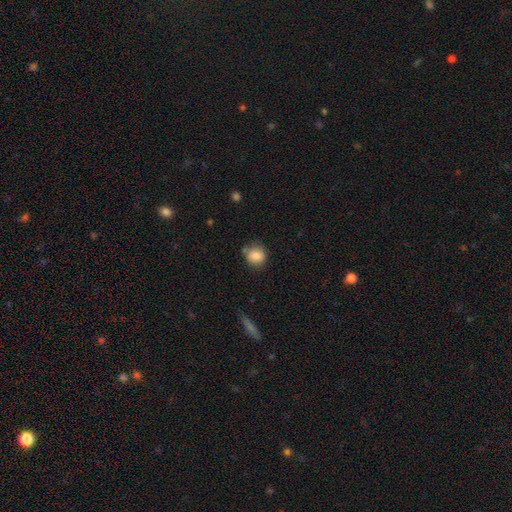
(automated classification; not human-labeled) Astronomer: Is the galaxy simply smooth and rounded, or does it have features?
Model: smooth — 85%.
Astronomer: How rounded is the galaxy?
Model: round — 82%.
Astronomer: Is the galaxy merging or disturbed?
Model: none — 69%.